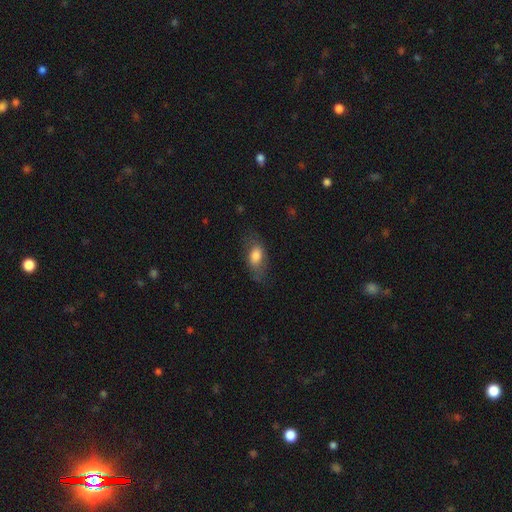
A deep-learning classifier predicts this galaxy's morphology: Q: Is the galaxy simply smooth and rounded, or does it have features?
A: smooth — 73%.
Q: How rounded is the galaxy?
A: in between — 85%.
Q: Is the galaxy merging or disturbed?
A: none — 63%.